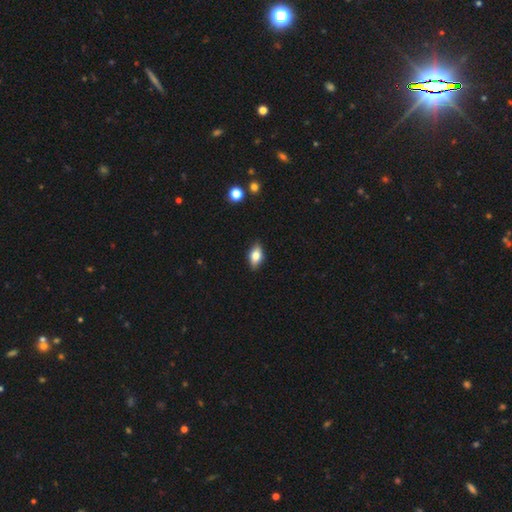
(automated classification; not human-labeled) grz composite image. It shows a smooth galaxy with no disk features (71%) that is in between round and cigar-shaped (85%). Merging: none (86%).